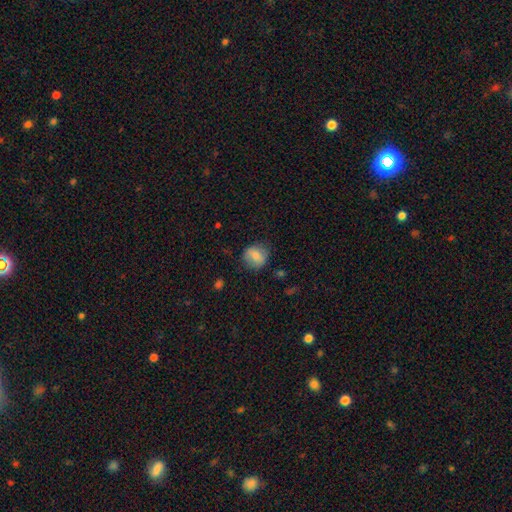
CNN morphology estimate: This appears to be a smooth galaxy with no disk features (76%) that is round (79%). Merging: none (74%).